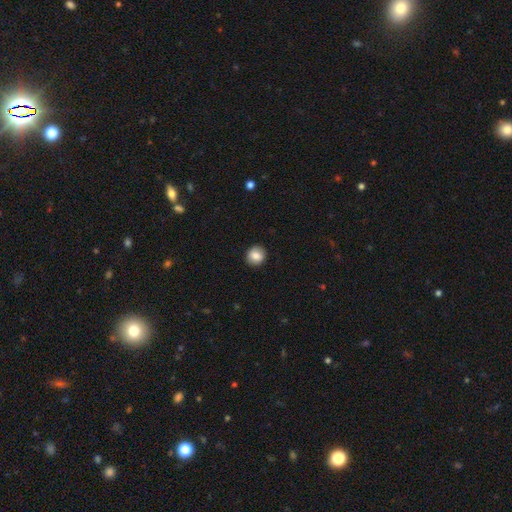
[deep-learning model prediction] smooth_or_featured: smooth (p=0.85) [alt: star or artifact p=0.08]
how_rounded: round (p=0.89) [alt: in between p=0.10]
merging: none (p=0.91) [alt: minor disturbance p=0.06]